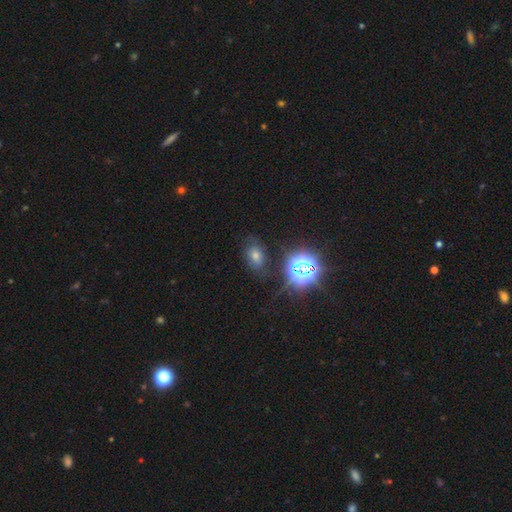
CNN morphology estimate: Q: Smooth or featured?
A: star or artifact (43%); runner-up: smooth (40%)